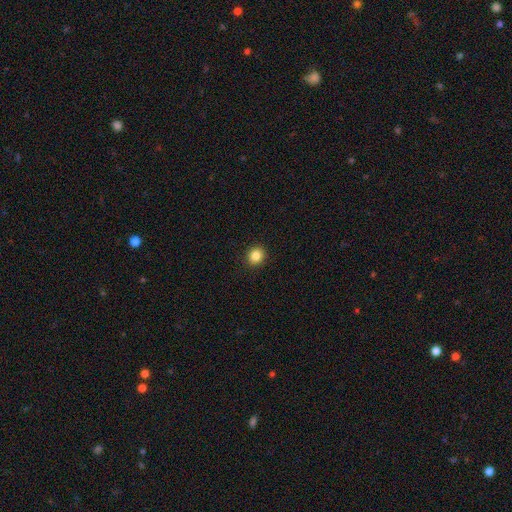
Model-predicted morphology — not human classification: Smooth or featured? smooth (85%)
How rounded? round (83%)
Merging? none (92%)